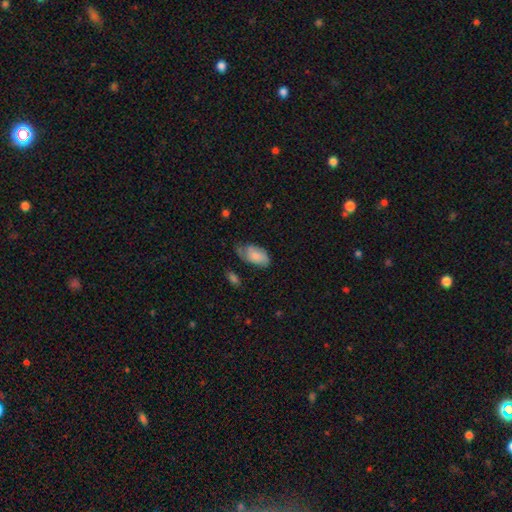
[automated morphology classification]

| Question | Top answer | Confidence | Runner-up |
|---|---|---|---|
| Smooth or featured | smooth | 72% | featured or disk (21%) |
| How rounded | in between | 94% | round (4%) |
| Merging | none | 44% | minor disturbance (39%) |